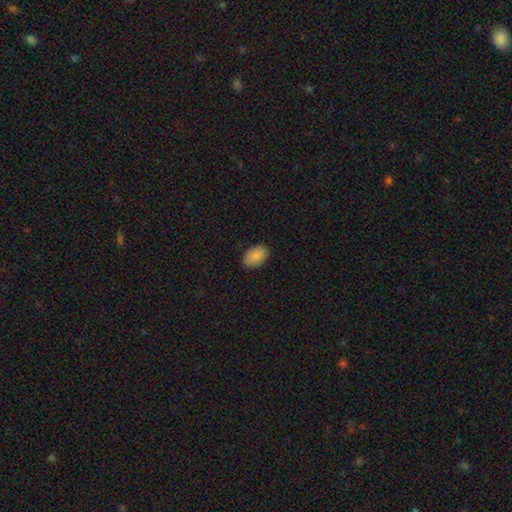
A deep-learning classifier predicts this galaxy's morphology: type=smooth (88%); roundness=in between (88%); merging=none (87%).